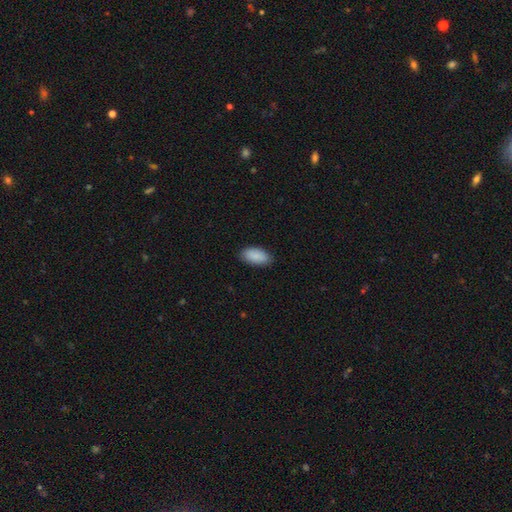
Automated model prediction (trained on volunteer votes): Smooth or featured? Predicted: smooth (p=0.89). How rounded? Predicted: in between (p=0.94). Merging? Predicted: none (p=0.84).